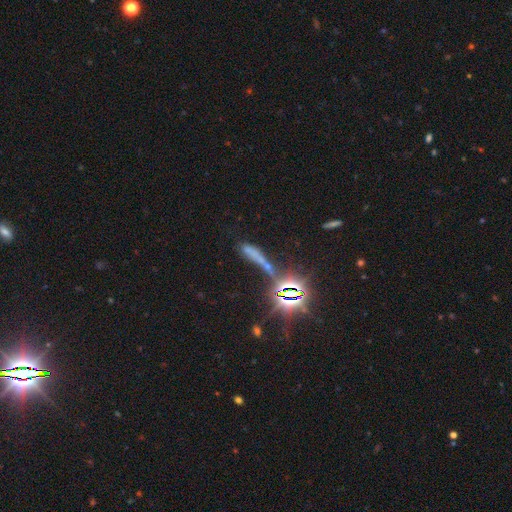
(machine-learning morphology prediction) star or artifact 45%, smooth 37%, featured or disk 18%.